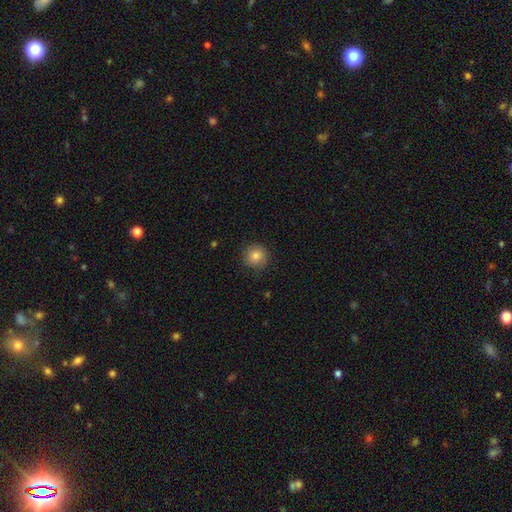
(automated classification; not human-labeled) This is clearly a smooth galaxy (81%). How rounded: clearly round (93%). Merging: clearly none (86%).